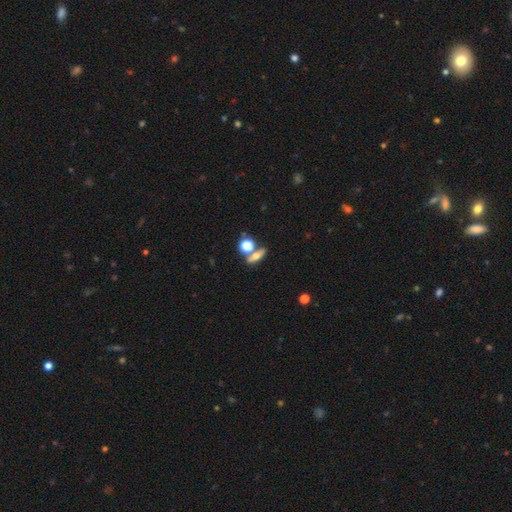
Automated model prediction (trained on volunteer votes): Smooth or featured? Predicted: smooth (p=0.51). How rounded? Predicted: in between (p=0.38). Merging? Predicted: none (p=0.64).